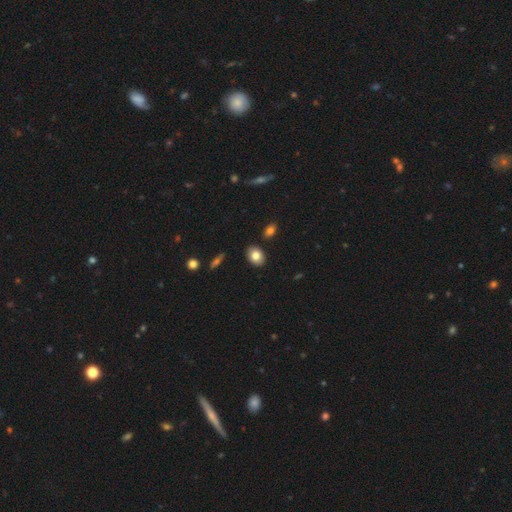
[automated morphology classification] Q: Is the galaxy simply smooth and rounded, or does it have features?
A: smooth — 82%.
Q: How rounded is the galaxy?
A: in between — 71%.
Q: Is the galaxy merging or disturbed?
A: none — 88%.